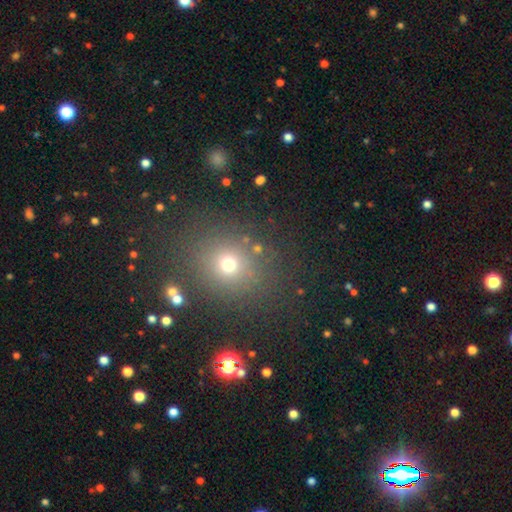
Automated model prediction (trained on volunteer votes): A smooth galaxy with no disk features (55%) that is round (73%).

Vote fractions:
- Smooth or featured? smooth: 55% / star or artifact: 36% / featured or disk: 9%
- How rounded? round: 73% / in between: 26% / cigar-shaped: 1%
- Merging? none: 85% / minor disturbance: 8% / major disturbance: 4% / merger: 3%